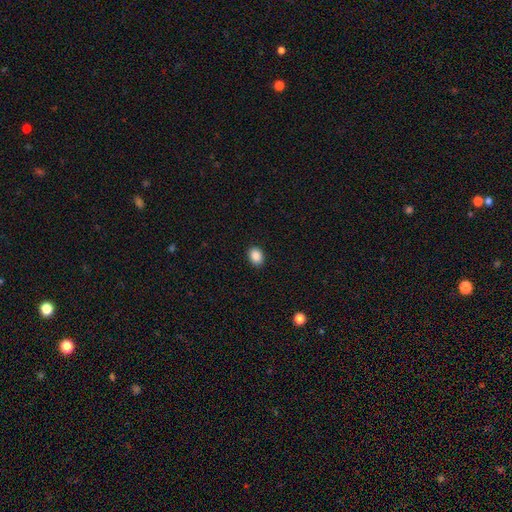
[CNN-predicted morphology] smooth_or_featured: smooth (p=0.88) [alt: star or artifact p=0.09]
how_rounded: in between (p=0.64) [alt: round p=0.35]
merging: none (p=0.90) [alt: minor disturbance p=0.07]